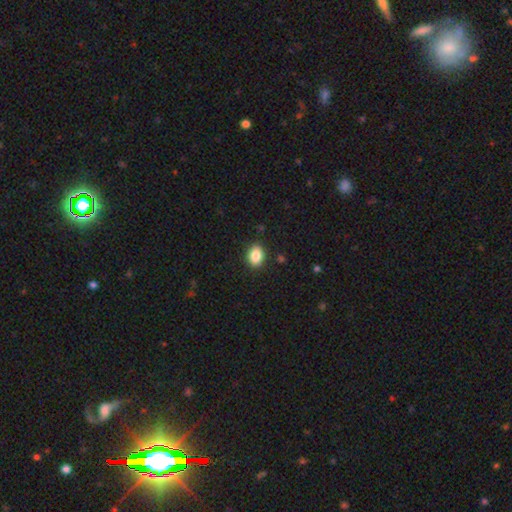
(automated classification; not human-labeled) Overall: smooth (86%). How rounded: in between (68%; round 31%). Merging: none (89%).